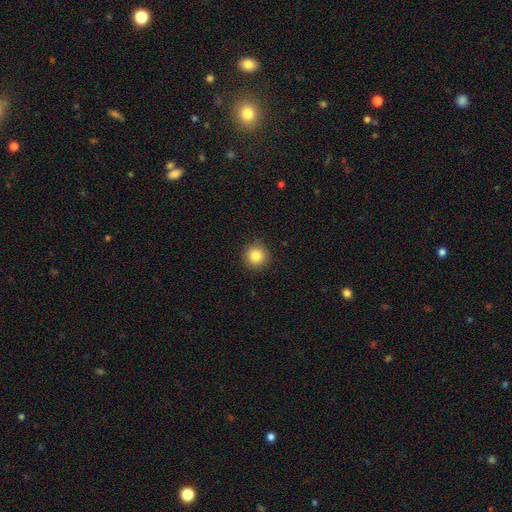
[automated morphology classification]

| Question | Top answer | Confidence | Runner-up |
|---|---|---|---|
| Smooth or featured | smooth | 85% | star or artifact (10%) |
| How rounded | round | 95% | in between (4%) |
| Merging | none | 91% | minor disturbance (6%) |